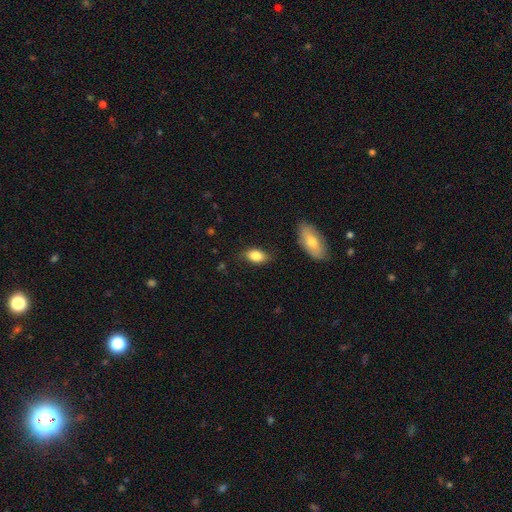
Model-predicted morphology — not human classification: Smooth or featured?
  - smooth: 82% *
  - featured or disk: 10%
  - star or artifact: 7%
How rounded?
  - in between: 89% *
  - round: 7%
  - cigar-shaped: 4%
Merging?
  - none: 78% *
  - minor disturbance: 16%
  - major disturbance: 3%
  - merger: 2%